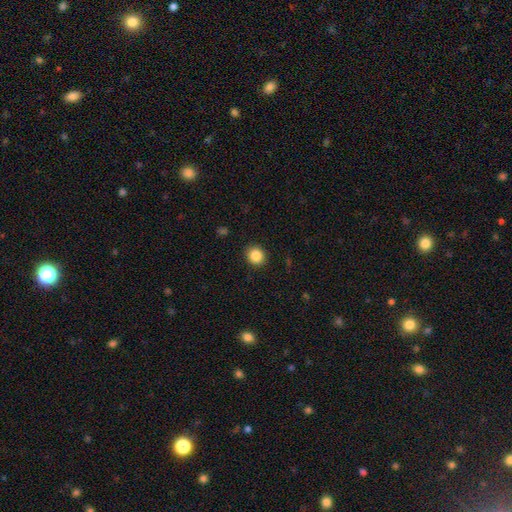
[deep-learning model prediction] Smooth or featured? Predicted: smooth (p=0.86). How rounded? Predicted: round (p=0.87). Merging? Predicted: none (p=0.91).